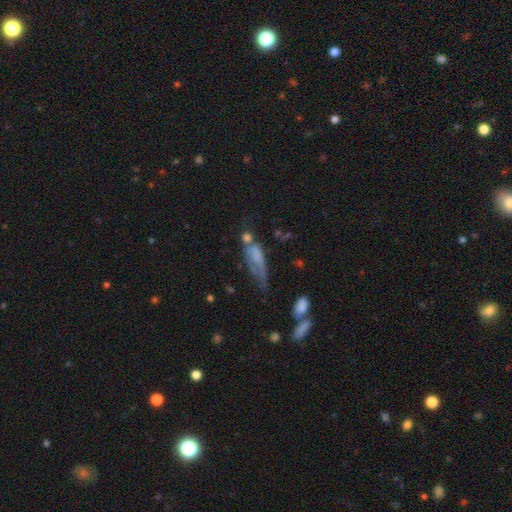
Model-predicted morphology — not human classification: Smooth or featured?
  - smooth: 52% *
  - featured or disk: 36%
  - star or artifact: 12%
How rounded?
  - in between: 58% *
  - cigar-shaped: 37%
  - round: 5%
Merging?
  - major disturbance: 34% *
  - minor disturbance: 23%
  - merger: 22%
  - none: 22%